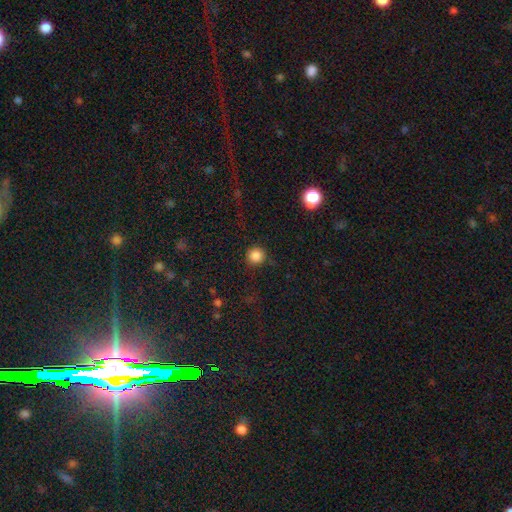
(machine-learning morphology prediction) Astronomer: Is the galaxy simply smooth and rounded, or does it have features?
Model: smooth — 86%.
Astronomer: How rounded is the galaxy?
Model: round — 95%.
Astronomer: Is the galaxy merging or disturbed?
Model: none — 88%.